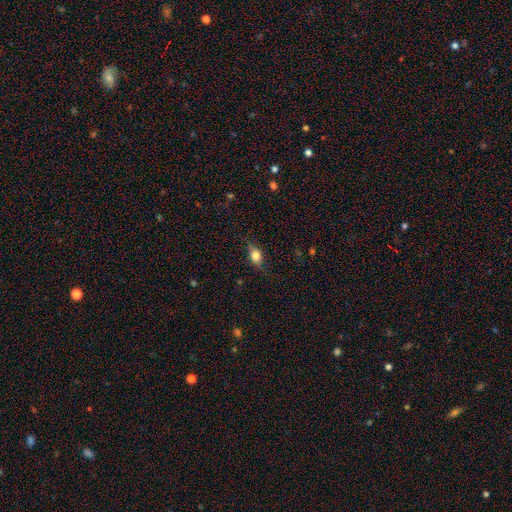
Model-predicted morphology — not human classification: Smooth or featured?
  - smooth: 72% *
  - featured or disk: 18%
  - star or artifact: 10%
How rounded?
  - in between: 69% *
  - round: 24%
  - cigar-shaped: 7%
Merging?
  - none: 73% *
  - minor disturbance: 20%
  - major disturbance: 6%
  - merger: 1%